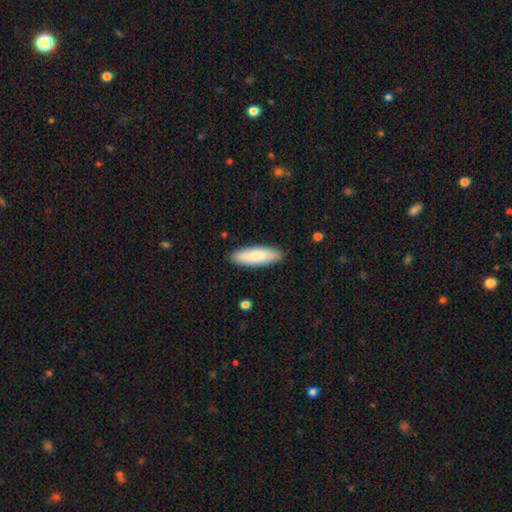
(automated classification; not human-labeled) Smooth or featured? Predicted: smooth (p=0.81). How rounded? Predicted: in between (p=0.54). Merging? Predicted: none (p=0.88).